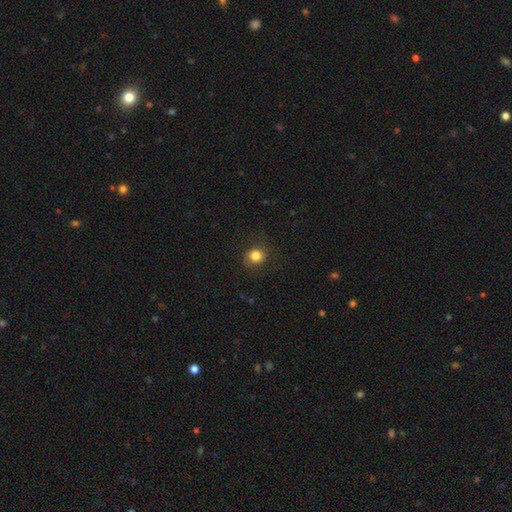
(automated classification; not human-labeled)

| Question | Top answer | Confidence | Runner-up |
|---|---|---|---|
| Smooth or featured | smooth | 83% | star or artifact (11%) |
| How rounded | round | 85% | in between (14%) |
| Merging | none | 85% | minor disturbance (10%) |